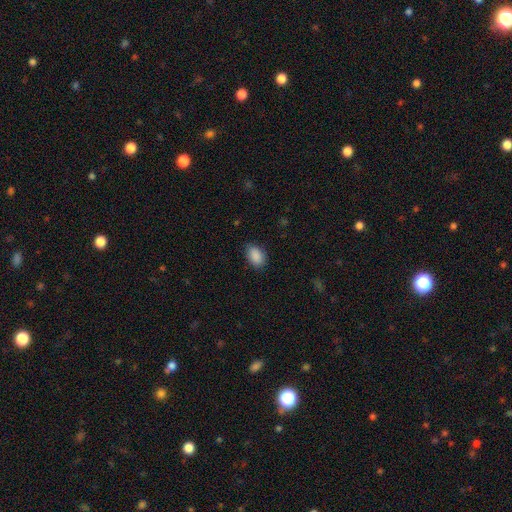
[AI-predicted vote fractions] Morphology: type=smooth (89%); roundness=in between (87%); merging=none (82%).